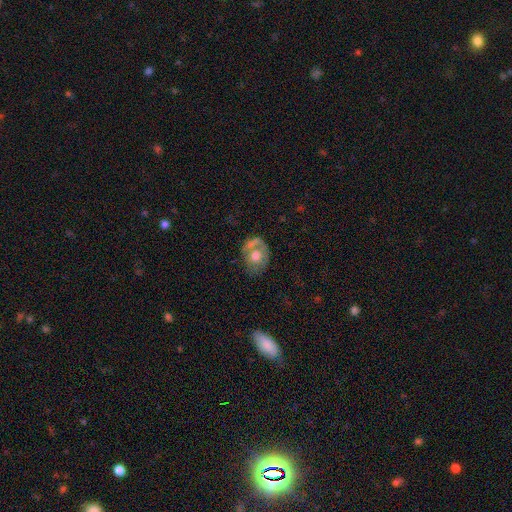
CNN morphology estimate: Smooth or featured?
  - smooth: 55% *
  - featured or disk: 37%
  - star or artifact: 8%
How rounded?
  - in between: 54% *
  - round: 44%
  - cigar-shaped: 1%
Merging?
  - none: 46% *
  - minor disturbance: 25%
  - major disturbance: 20%
  - merger: 9%